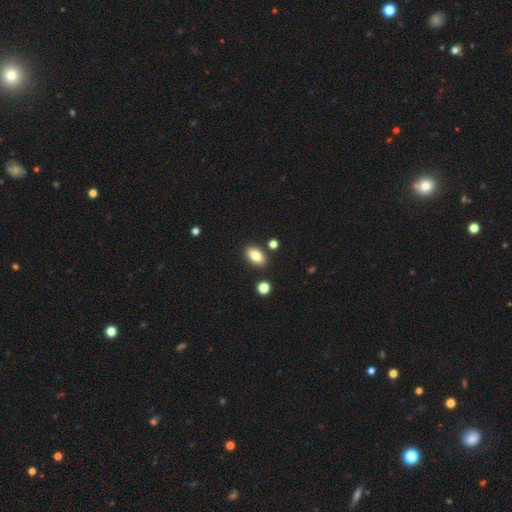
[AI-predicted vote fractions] A smooth galaxy with no disk features (82%) that is in between round and cigar-shaped (90%). Merging: none (84%).